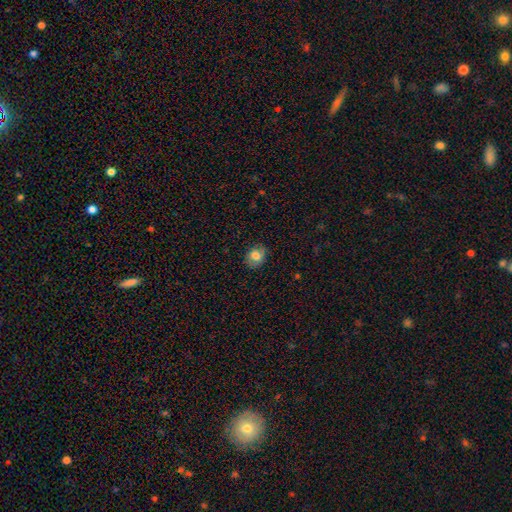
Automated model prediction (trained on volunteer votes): Overall: smooth (76%). How rounded: round (59%; in between 40%). Merging: none (82%).